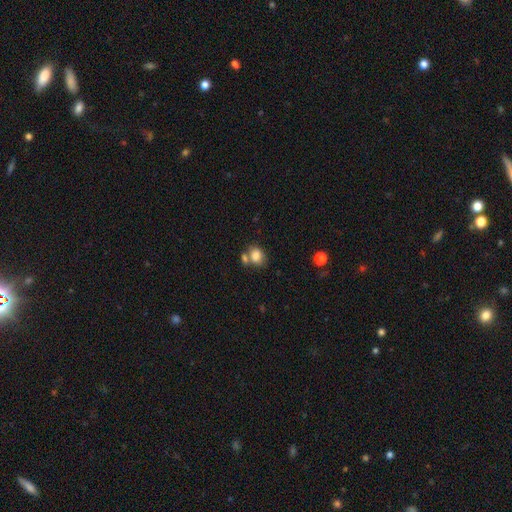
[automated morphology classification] Smooth or featured?
  - smooth: 82% *
  - star or artifact: 10%
  - featured or disk: 8%
How rounded?
  - in between: 56% *
  - round: 43%
  - cigar-shaped: 1%
Merging?
  - none: 48% *
  - merger: 34%
  - minor disturbance: 13%
  - major disturbance: 5%